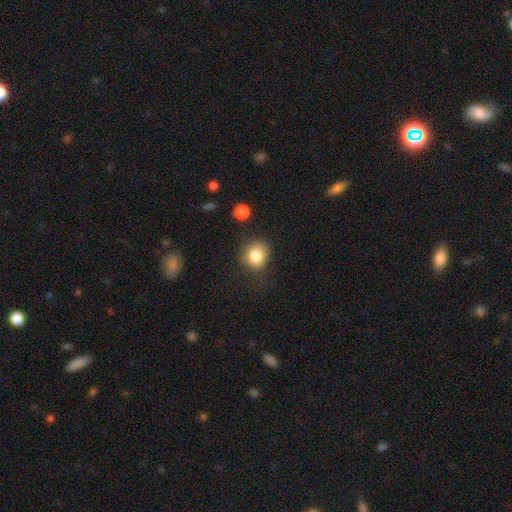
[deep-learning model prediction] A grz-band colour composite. It shows a smooth galaxy with no disk features (83%) that is round (75%). Merging: none (71%).